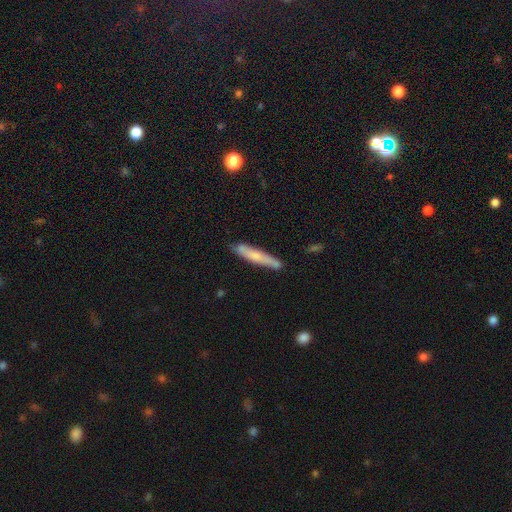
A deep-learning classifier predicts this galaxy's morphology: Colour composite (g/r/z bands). It shows a smooth galaxy with no disk features (61%) that is cigar-shaped (93%). Merging: none (80%).